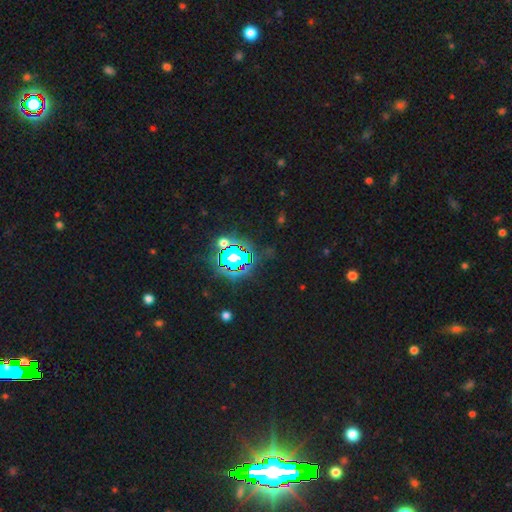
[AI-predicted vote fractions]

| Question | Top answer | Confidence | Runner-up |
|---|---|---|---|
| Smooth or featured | star or artifact | 84% | smooth (9%) |